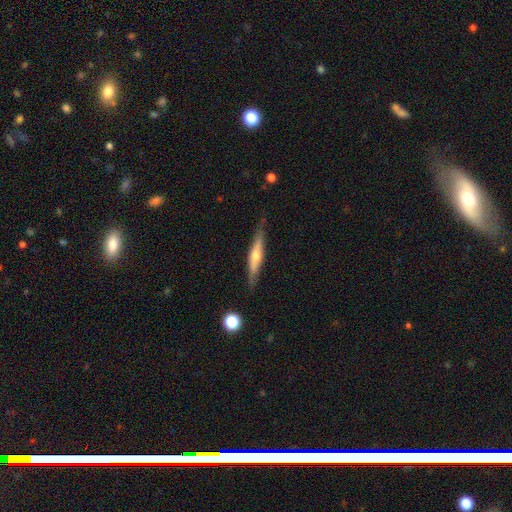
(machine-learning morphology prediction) Smooth or featured? Predicted: featured or disk (p=0.55). Edge-on disk? Predicted: yes (p=0.93). Edge-on bulge? Predicted: rounded (p=0.80). Merging? Predicted: none (p=0.80).